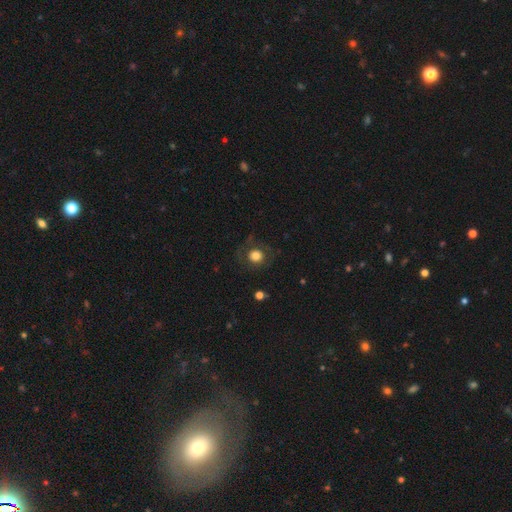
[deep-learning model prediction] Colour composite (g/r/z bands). It shows a smooth galaxy with no disk features (71%) that is round (88%). Merging: none (75%).